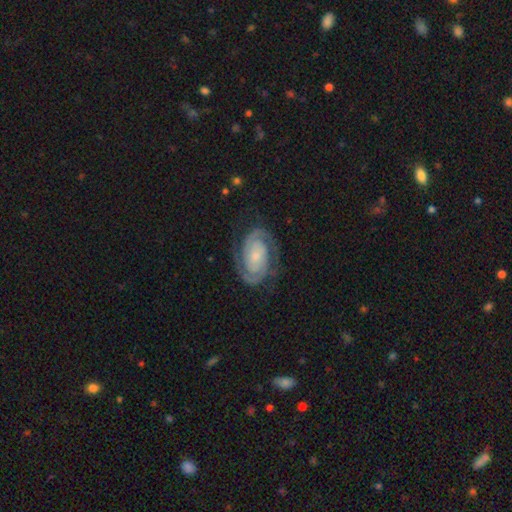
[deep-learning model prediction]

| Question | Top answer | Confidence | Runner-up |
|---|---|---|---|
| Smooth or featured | featured or disk | 89% | smooth (6%) |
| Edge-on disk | no | 97% | yes (3%) |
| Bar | no | 58% | weak (30%) |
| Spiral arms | yes | 98% | no (2%) |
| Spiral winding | tight | 63% | medium (31%) |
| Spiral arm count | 2 | 91% | can't tell (3%) |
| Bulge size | small | 57% | moderate (25%) |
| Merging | none | 79% | minor disturbance (14%) |